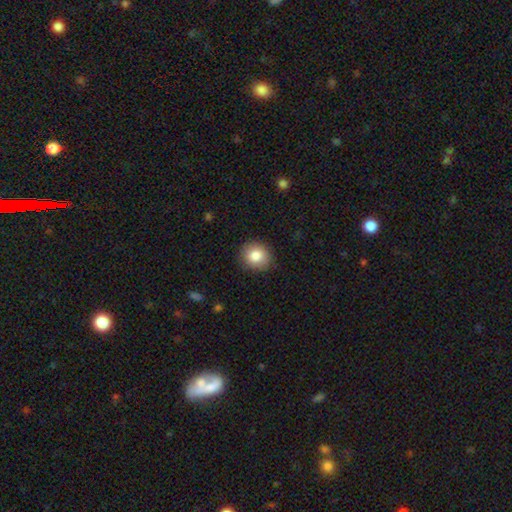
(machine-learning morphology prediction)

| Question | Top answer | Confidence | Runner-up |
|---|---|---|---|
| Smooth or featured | smooth | 83% | star or artifact (9%) |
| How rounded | round | 85% | in between (14%) |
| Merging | none | 88% | minor disturbance (9%) |